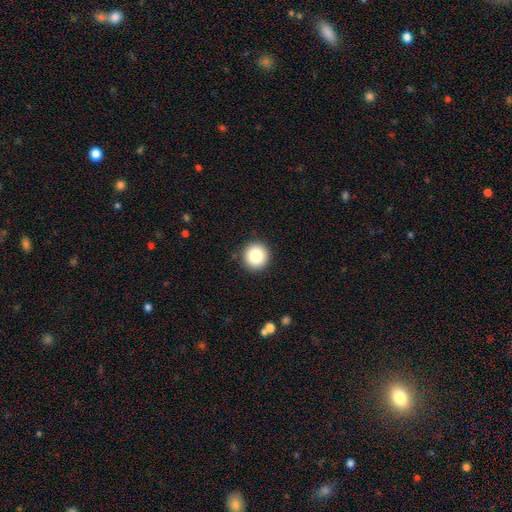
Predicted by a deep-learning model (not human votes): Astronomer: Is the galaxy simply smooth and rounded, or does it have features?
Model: smooth — 84%.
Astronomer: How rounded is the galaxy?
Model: round — 96%.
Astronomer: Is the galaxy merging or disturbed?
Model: none — 92%.